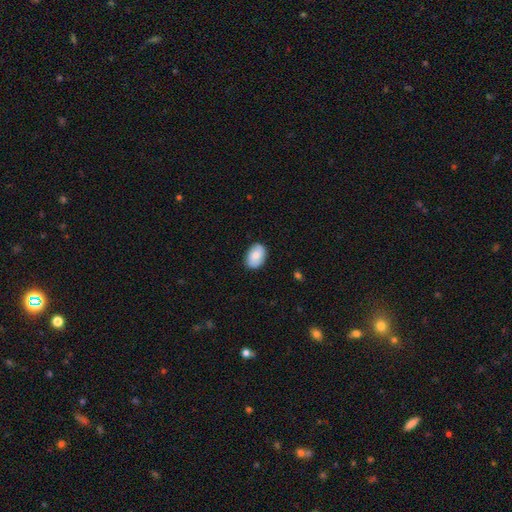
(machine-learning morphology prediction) type=smooth (78%); roundness=in between (86%); merging=none (84%).